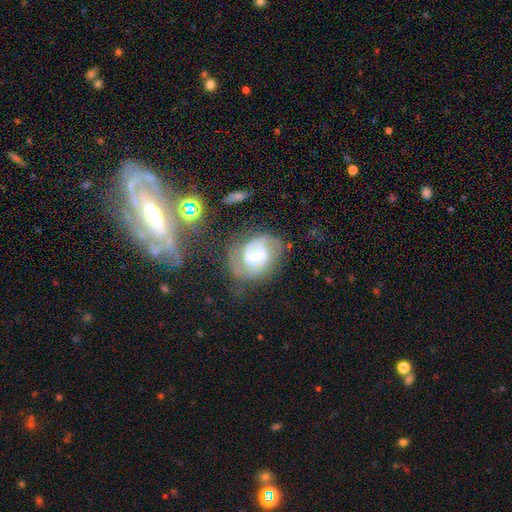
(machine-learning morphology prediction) Smooth or featured: featured or disk — 77% (smooth — 16%)
Edge-on disk: no — 97% (yes — 3%)
Bar: weak — 54% (no — 27%)
Spiral arms: yes — 89% (no — 11%)
Spiral winding: medium — 44% (tight — 41%)
Spiral arm count: 2 — 56% (can't tell — 20%)
Bulge size: small — 44% (moderate — 42%)
Merging: none — 50% (minor disturbance — 24%)